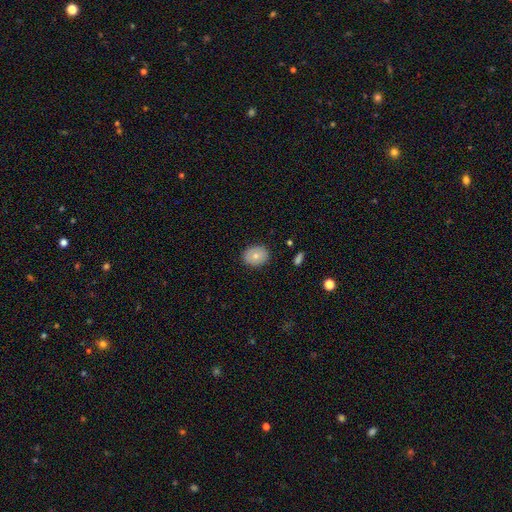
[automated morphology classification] Overall: smooth (73%). How rounded: in between (52%; round 47%). Merging: none (86%).